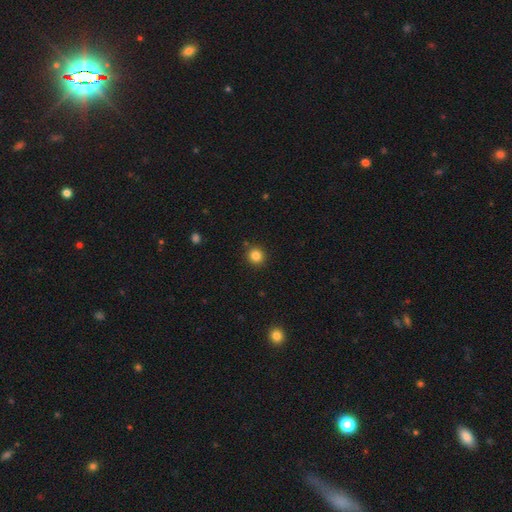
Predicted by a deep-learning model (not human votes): Smooth or featured? smooth (84%)
How rounded? round (93%)
Merging? none (89%)